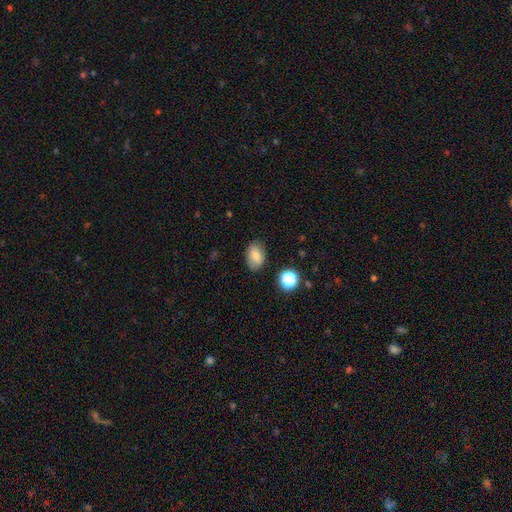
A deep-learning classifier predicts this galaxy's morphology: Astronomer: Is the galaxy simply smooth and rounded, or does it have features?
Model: smooth — 78%.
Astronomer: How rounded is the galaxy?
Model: in between — 83%.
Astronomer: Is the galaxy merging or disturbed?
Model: none — 80%.